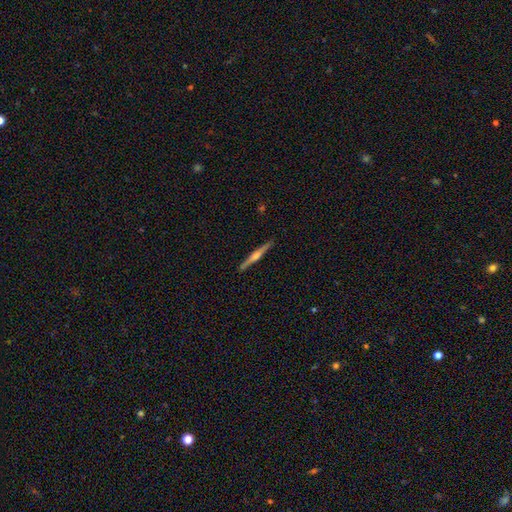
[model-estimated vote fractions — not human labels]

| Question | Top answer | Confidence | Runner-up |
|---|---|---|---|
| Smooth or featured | featured or disk | 78% | smooth (16%) |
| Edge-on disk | yes | 98% | no (2%) |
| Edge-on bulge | rounded | 84% | boxy (8%) |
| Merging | none | 92% | minor disturbance (6%) |